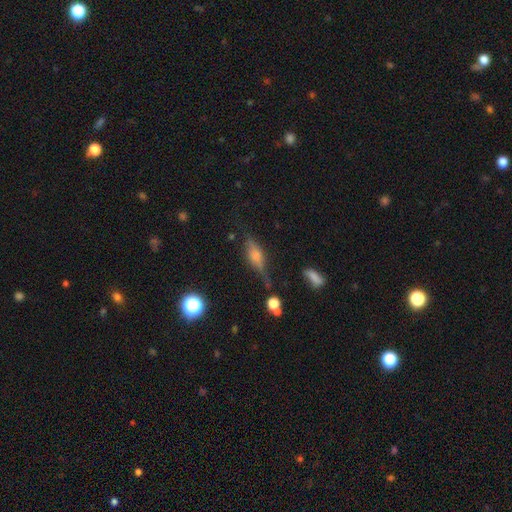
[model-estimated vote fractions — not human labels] This is possibly a featured or disk galaxy (52%). It is clearly viewed edge-on (89%). Merging: likely none (60%).